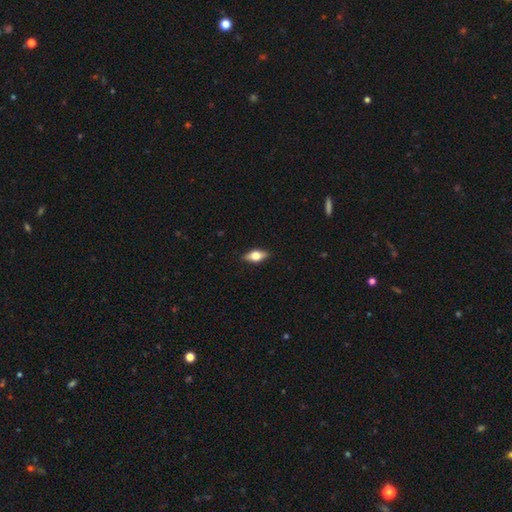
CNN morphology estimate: smooth 52%, featured or disk 41%, star or artifact 7%. Down the decision tree: how rounded — in between (77%); merging — none (88%).